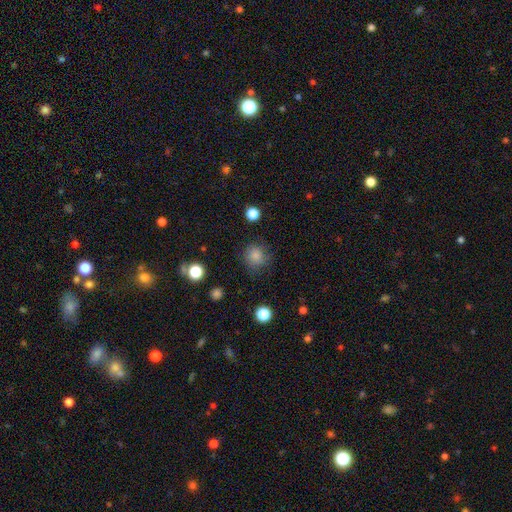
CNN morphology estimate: smooth_or_featured: smooth (p=0.83) [alt: star or artifact p=0.11]
how_rounded: round (p=0.89) [alt: in between p=0.10]
merging: none (p=0.75) [alt: minor disturbance p=0.17]